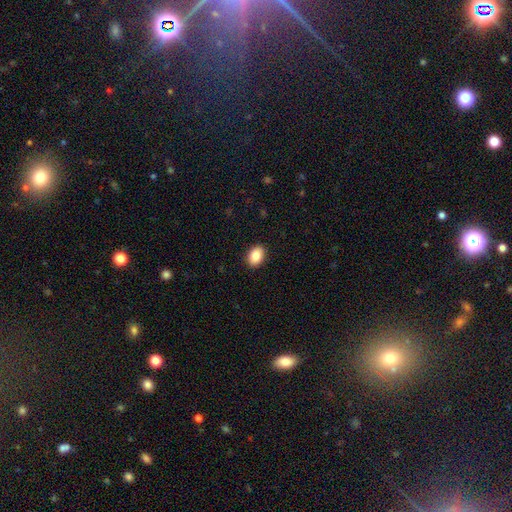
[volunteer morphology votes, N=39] Q: Smooth or featured?
A: smooth (92%); runner-up: featured or disk (5%)
Q: How rounded?
A: in between (86%); runner-up: round (14%)
Q: Merging?
A: none (87%); runner-up: minor disturbance (11%)